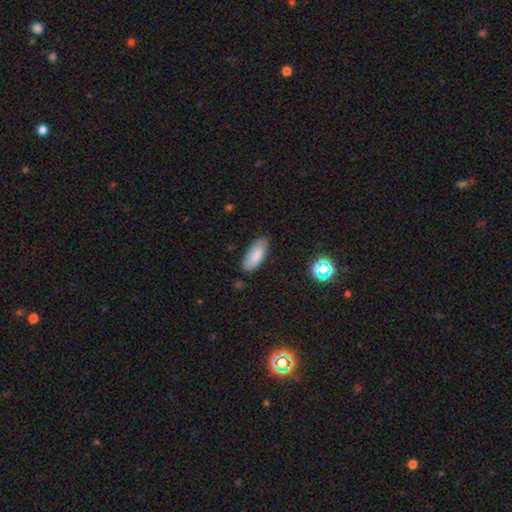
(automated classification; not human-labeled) Smooth or featured?
  - smooth: 84% *
  - featured or disk: 8%
  - star or artifact: 8%
How rounded?
  - in between: 83% *
  - cigar-shaped: 15%
  - round: 2%
Merging?
  - none: 80% *
  - minor disturbance: 16%
  - major disturbance: 3%
  - merger: 2%